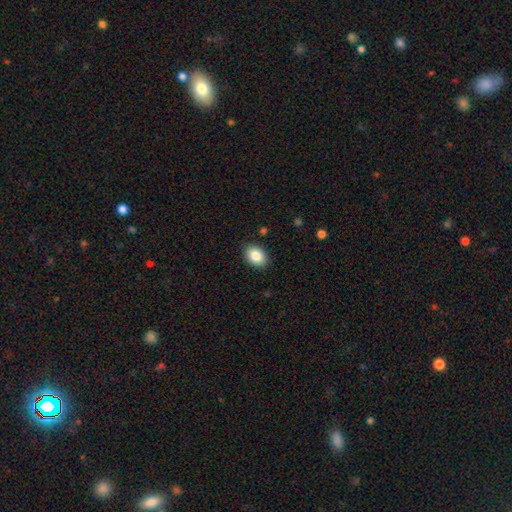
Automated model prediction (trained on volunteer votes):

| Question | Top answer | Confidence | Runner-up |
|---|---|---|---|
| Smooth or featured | smooth | 86% | star or artifact (8%) |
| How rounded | in between | 74% | round (25%) |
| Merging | none | 88% | minor disturbance (9%) |